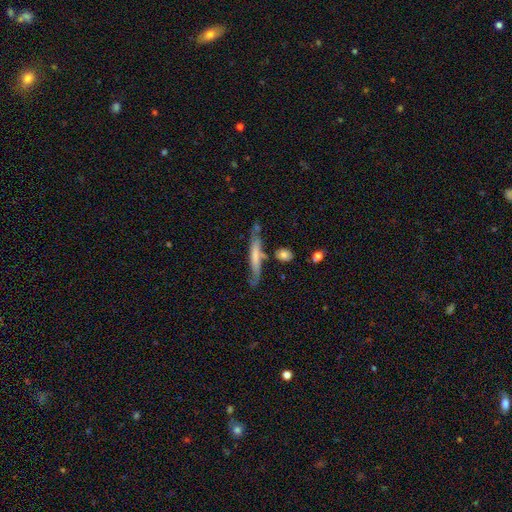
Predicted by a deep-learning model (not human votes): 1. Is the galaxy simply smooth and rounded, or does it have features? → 54% smooth, 41% featured or disk, 6% star or artifact.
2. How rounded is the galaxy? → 90% cigar-shaped, 8% in between, 2% round.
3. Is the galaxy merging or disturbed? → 61% none, 22% minor disturbance, 11% merger, 7% major disturbance.